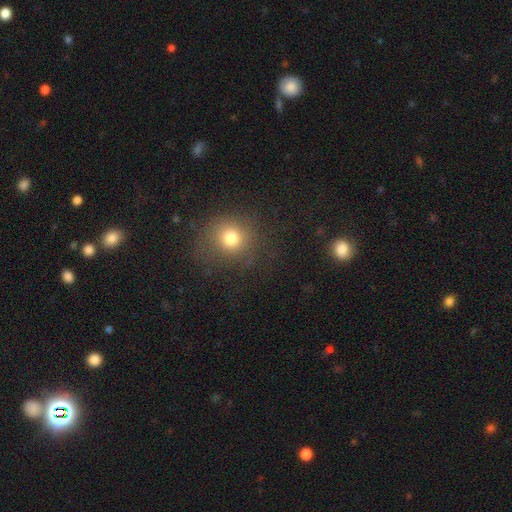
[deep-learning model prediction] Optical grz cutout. It shows a smooth galaxy with no disk features (58%) that is round (89%). Merging: none (89%).